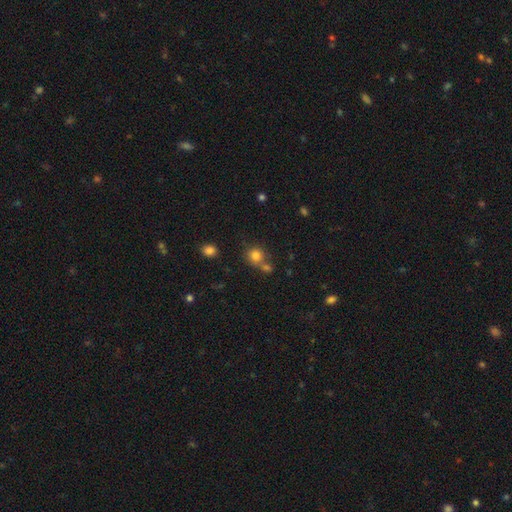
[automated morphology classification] smooth_or_featured: smooth (p=0.81) [alt: star or artifact p=0.12]
how_rounded: round (p=0.85) [alt: in between p=0.14]
merging: none (p=0.58) [alt: merger p=0.28]